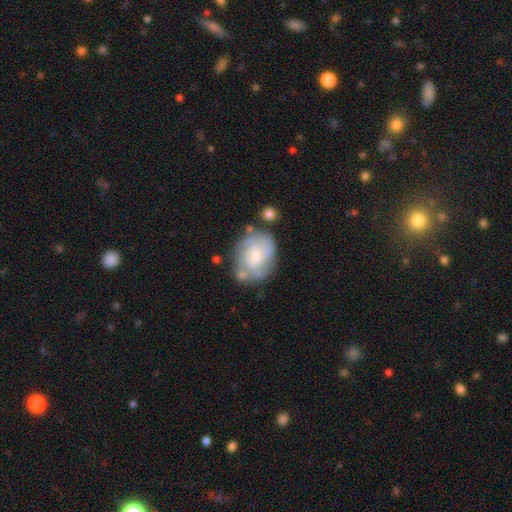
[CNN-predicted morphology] Smooth or featured?
  - featured or disk: 64% *
  - smooth: 29%
  - star or artifact: 7%
Edge-on disk?
  - no: 97% *
  - yes: 3%
Bar?
  - no: 66% *
  - weak: 30%
  - strong: 4%
Spiral arms?
  - yes: 79% *
  - no: 21%
Bulge size?
  - small: 61% *
  - moderate: 33%
  - none: 2%
  - large: 2%
  - dominant: 1%
Merging?
  - none: 56% *
  - minor disturbance: 23%
  - merger: 11%
  - major disturbance: 10%